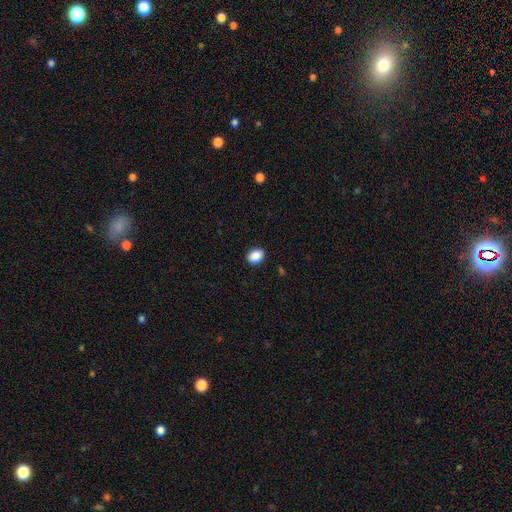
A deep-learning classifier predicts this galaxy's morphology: Smooth or featured? Predicted: smooth (p=0.89). How rounded? Predicted: in between (p=0.72). Merging? Predicted: none (p=0.90).